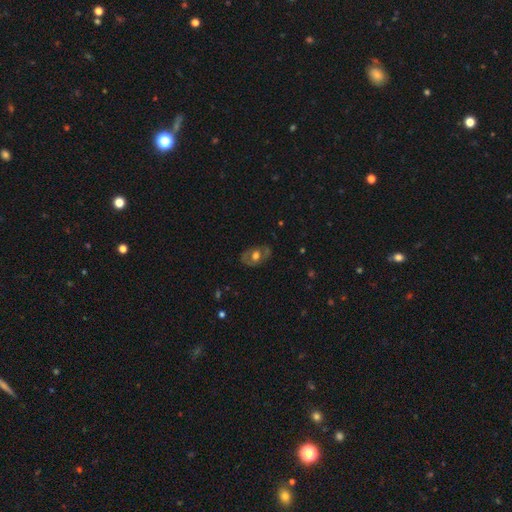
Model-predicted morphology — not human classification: Smooth or featured?
  - featured or disk: 54% *
  - smooth: 38%
  - star or artifact: 8%
Edge-on disk?
  - no: 92% *
  - yes: 8%
Merging?
  - none: 73% *
  - minor disturbance: 19%
  - major disturbance: 7%
  - merger: 1%